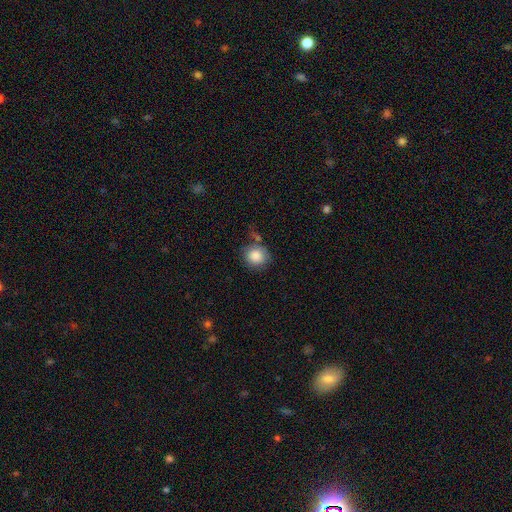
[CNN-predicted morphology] Overall: smooth (85%). How rounded: round (86%). Merging: none (68%).